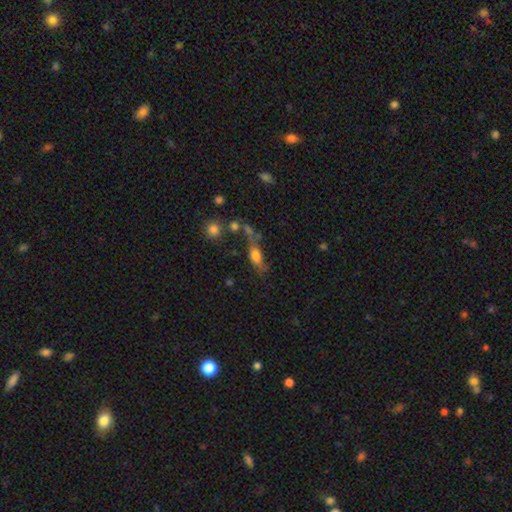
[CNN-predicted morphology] type=smooth (64%); roundness=in between (66%); merging=none (39%).